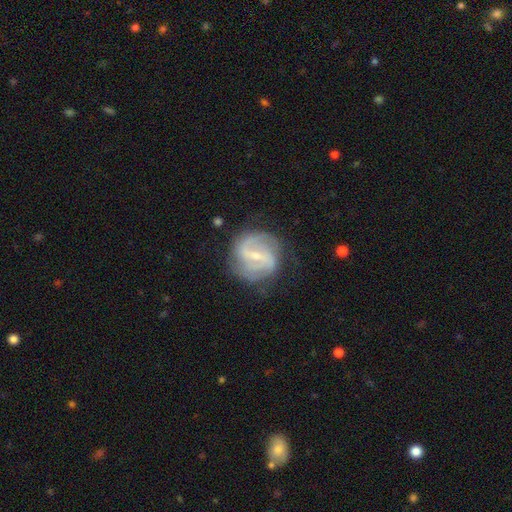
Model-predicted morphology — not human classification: A featured or disk galaxy (85%) with a weak bar (48%), 2 (61%) medium (47%) spiral arms (95%) and a small central bulge (71%).

Vote fractions:
- Smooth or featured? featured or disk: 85% / smooth: 10% / star or artifact: 5%
- Edge-on disk? no: 97% / yes: 3%
- Bar? weak: 48% / strong: 38% / no: 13%
- Spiral arms? yes: 95% / no: 5%
- Spiral winding? medium: 47% / tight: 33% / loose: 20%
- Spiral arm count? 2: 61% / can't tell: 16% / 3: 13% / 4: 4% / 1: 3% / more than 4: 3%
- Bulge size? small: 71% / moderate: 24% / none: 3% / large: 1% / dominant: 1%
- Merging? none: 74% / minor disturbance: 17% / major disturbance: 7% / merger: 1%